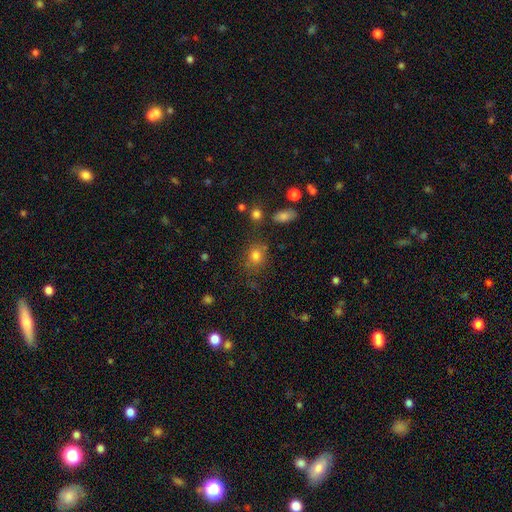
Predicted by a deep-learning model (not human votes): A smooth galaxy with no disk features (78%) that is round (60%). Merging: none (69%).